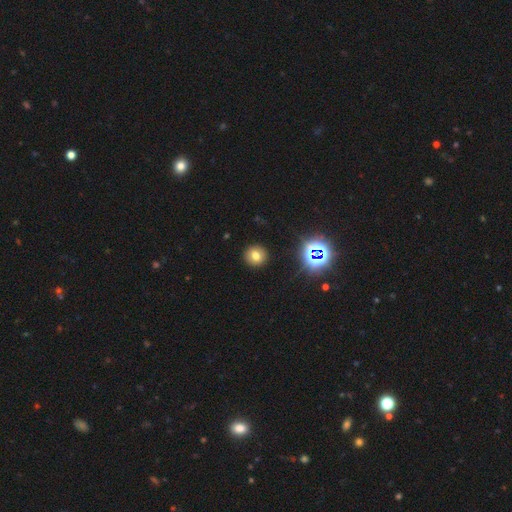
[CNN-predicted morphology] Smooth or featured?
  - smooth: 71% *
  - star or artifact: 18%
  - featured or disk: 11%
How rounded?
  - round: 90% *
  - in between: 9%
  - cigar-shaped: 1%
Merging?
  - none: 91% *
  - minor disturbance: 6%
  - major disturbance: 2%
  - merger: 1%